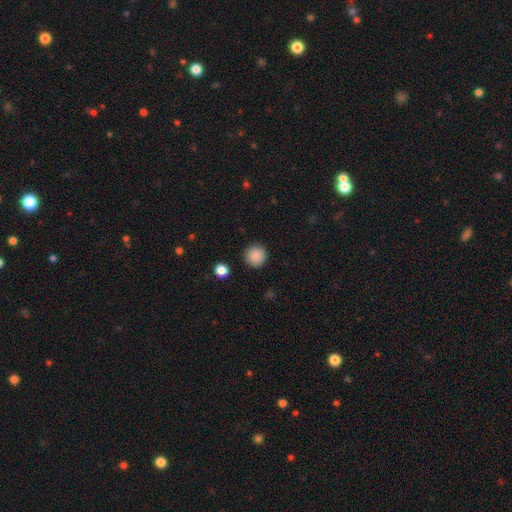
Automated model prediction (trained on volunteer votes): This is clearly a smooth galaxy (88%). How rounded: clearly round (95%). Merging: clearly none (91%).